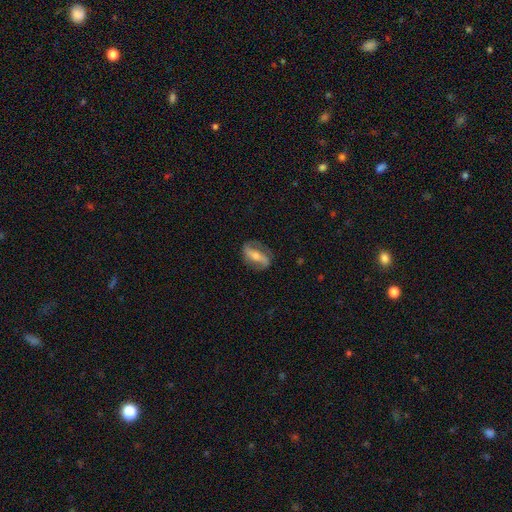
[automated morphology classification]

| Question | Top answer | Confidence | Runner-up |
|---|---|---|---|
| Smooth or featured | featured or disk | 74% | smooth (19%) |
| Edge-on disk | no | 89% | yes (11%) |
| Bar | strong | 58% | weak (22%) |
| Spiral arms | yes | 84% | no (16%) |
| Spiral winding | loose | 38% | medium (37%) |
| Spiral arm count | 2 | 88% | can't tell (6%) |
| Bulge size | moderate | 54% | small (38%) |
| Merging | none | 79% | minor disturbance (14%) |